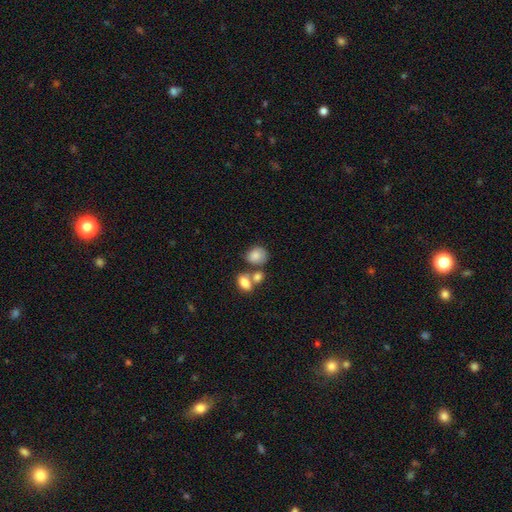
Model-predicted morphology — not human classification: This appears to be a smooth galaxy with no disk features (81%) that is round (51%). Merging: none (43%).